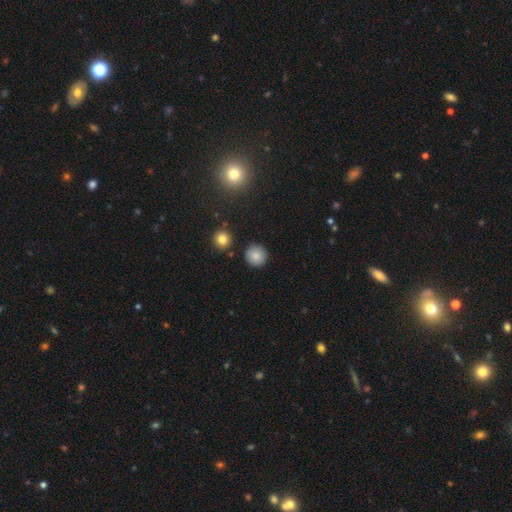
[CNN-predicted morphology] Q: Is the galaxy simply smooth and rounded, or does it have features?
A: smooth — 84%.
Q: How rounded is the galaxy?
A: round — 94%.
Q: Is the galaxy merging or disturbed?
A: none — 89%.